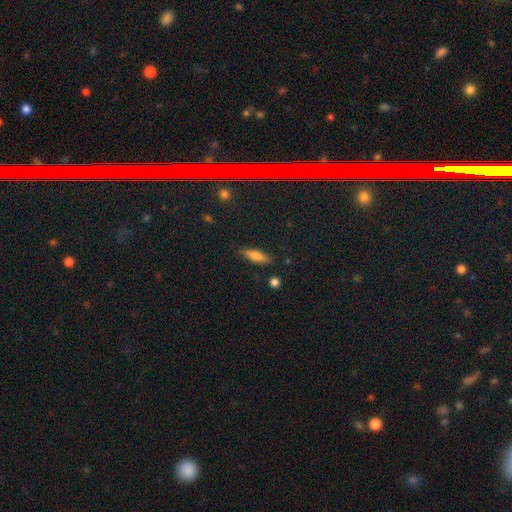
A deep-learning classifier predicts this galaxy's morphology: Smooth or featured: smooth — 71% (featured or disk — 20%)
How rounded: cigar-shaped — 55% (in between — 42%)
Merging: none — 86% (minor disturbance — 10%)